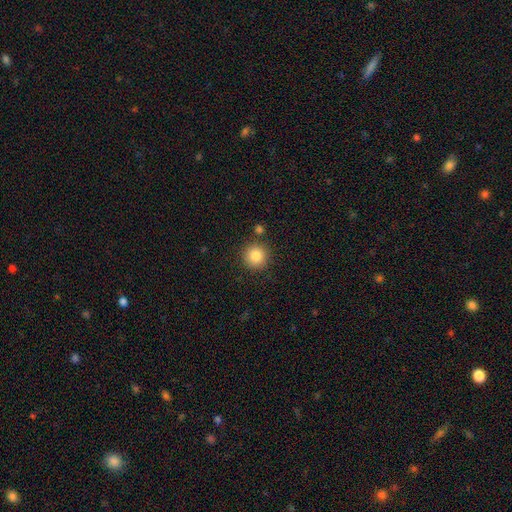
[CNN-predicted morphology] Overall: smooth (84%). How rounded: round (94%). Merging: none (86%).